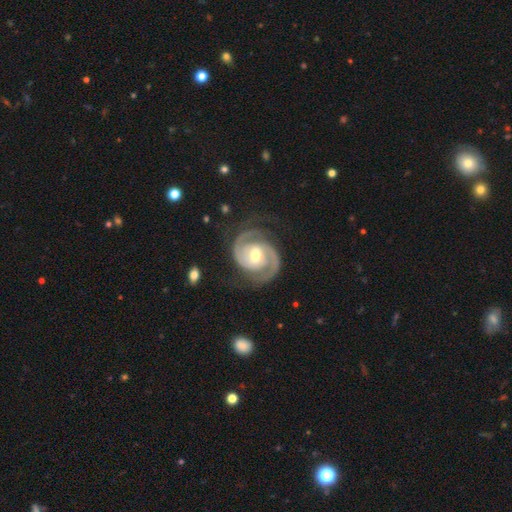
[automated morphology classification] featured or disk 93%, star or artifact 4%, smooth 3%. Down the decision tree: edge-on disk — no (98%); bar — weak (46%); spiral arms — yes (98%); spiral arm count — 2 (92%); spiral winding — tight (48%); bulge size — moderate (70%); merging — none (78%).